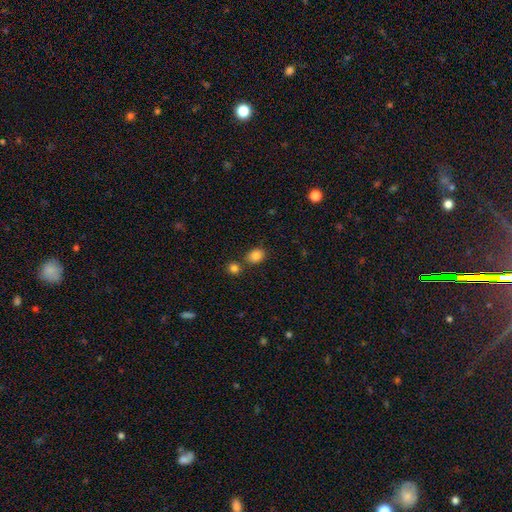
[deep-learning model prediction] Morphology: type=smooth (86%); roundness=in between (61%); merging=none (73%).